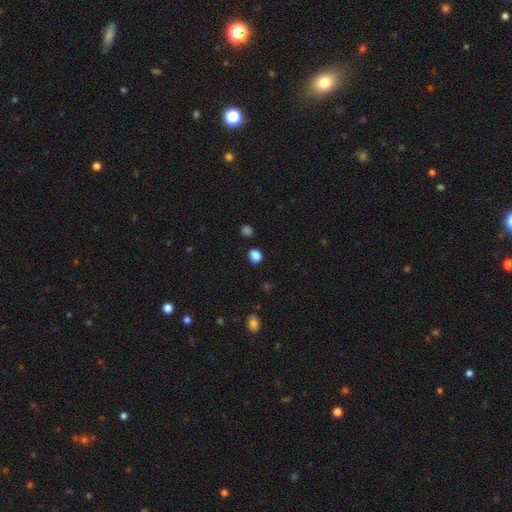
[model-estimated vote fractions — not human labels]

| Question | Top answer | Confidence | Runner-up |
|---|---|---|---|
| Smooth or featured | smooth | 85% | star or artifact (12%) |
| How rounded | round | 53% | in between (46%) |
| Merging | none | 85% | minor disturbance (10%) |